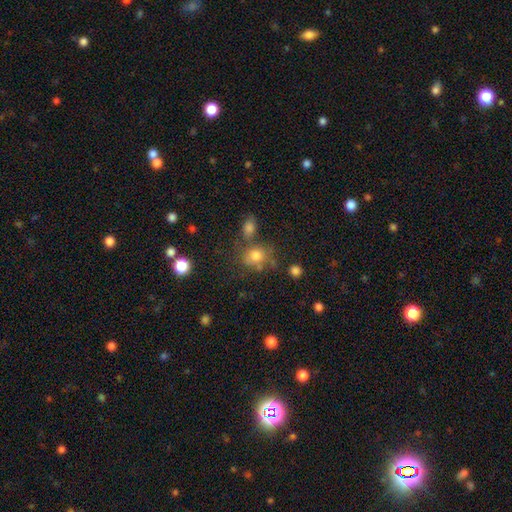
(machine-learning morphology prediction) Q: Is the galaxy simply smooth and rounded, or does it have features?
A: smooth — 74%.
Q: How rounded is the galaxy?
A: round — 65%.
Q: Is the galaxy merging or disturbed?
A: none — 51%.